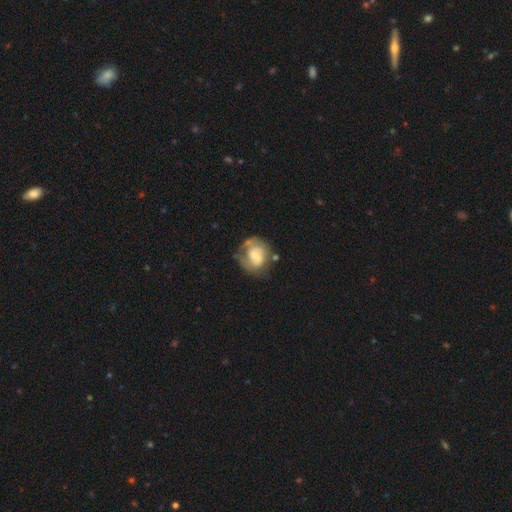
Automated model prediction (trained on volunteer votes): smooth_or_featured: featured or disk (p=0.56) [alt: smooth p=0.37]
disk_edge_on: no (p=0.98) [alt: yes p=0.02]
bar: no (p=0.52) [alt: weak p=0.37]
has_spiral_arms: yes (p=0.68) [alt: no p=0.32]
bulge_size: small (p=0.35) [alt: moderate p=0.34]
merging: none (p=0.46) [alt: minor disturbance p=0.26]